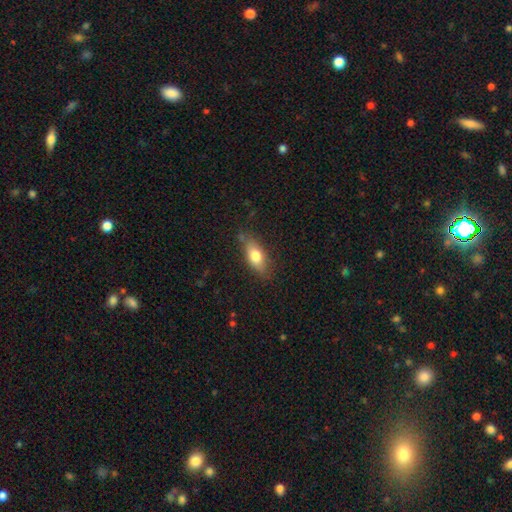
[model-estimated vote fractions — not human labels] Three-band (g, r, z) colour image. It shows a smooth galaxy with no disk features (73%) that is in between round and cigar-shaped (77%). Merging: none (75%).